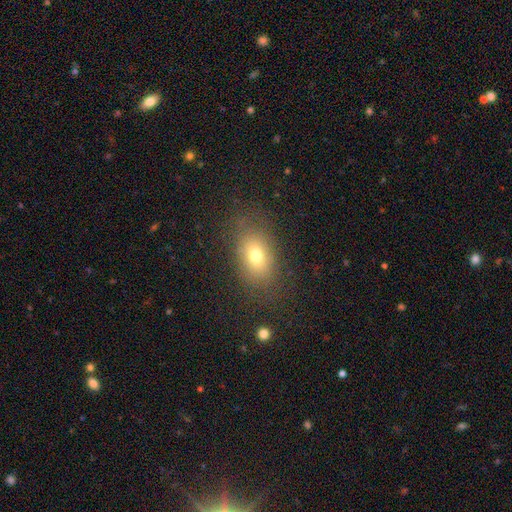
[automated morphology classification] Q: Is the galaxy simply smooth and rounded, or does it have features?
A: smooth — 72%.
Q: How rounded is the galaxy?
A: in between — 80%.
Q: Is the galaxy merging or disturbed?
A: none — 79%.